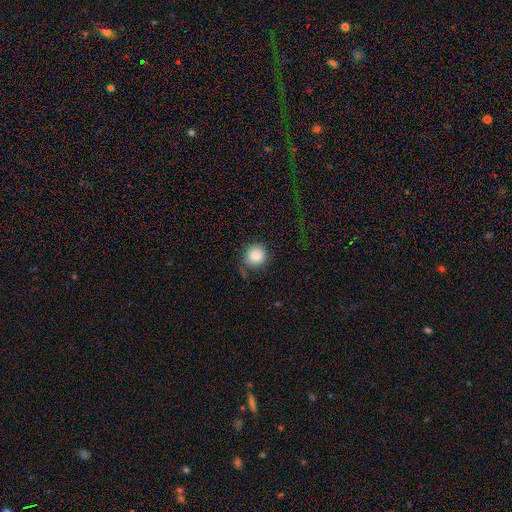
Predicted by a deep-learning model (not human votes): Smooth or featured? smooth (86%)
How rounded? round (88%)
Merging? none (73%)